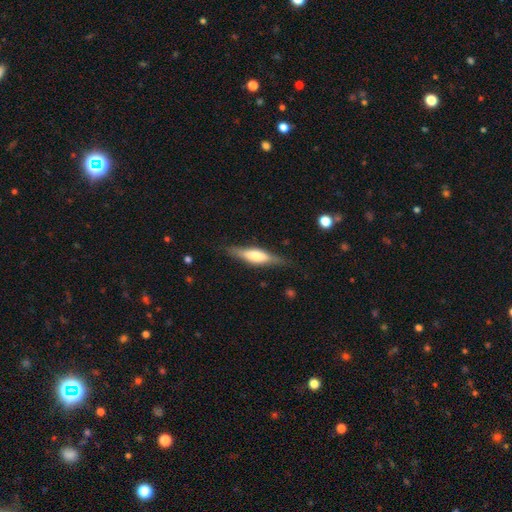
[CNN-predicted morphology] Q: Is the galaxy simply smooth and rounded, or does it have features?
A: featured or disk — 51%.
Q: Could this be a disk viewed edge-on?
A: yes — 92%.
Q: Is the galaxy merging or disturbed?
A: none — 79%.